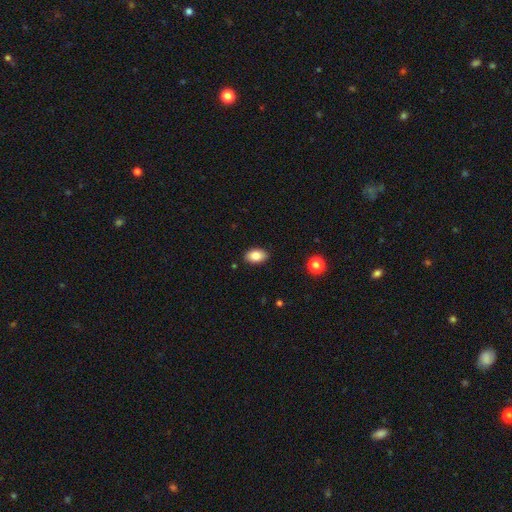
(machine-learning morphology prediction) type=smooth (84%); roundness=in between (90%); merging=none (88%).